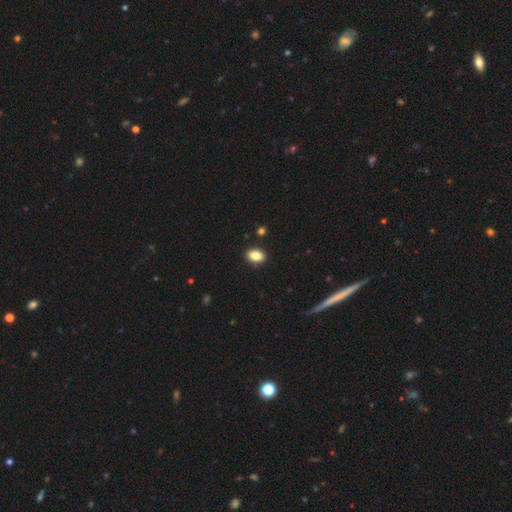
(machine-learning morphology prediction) This appears to be a smooth galaxy with no disk features (85%) that is in between round and cigar-shaped (81%). Merging: none (89%).